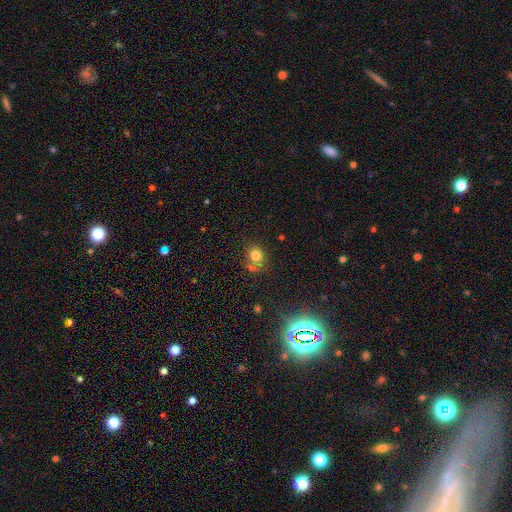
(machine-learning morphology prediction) Q: Smooth or featured?
A: smooth (77%); runner-up: star or artifact (14%)
Q: How rounded?
A: round (74%); runner-up: in between (25%)
Q: Merging?
A: none (58%); runner-up: merger (21%)